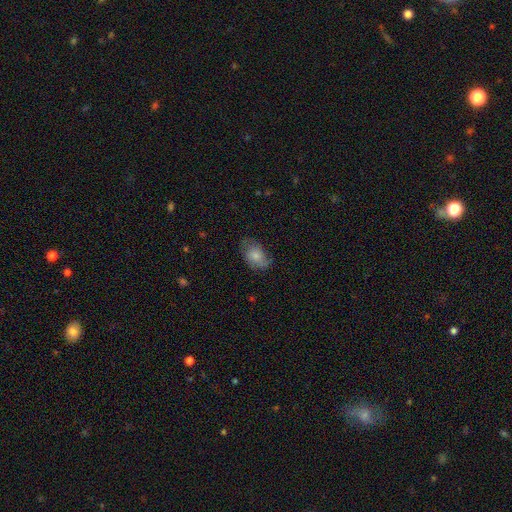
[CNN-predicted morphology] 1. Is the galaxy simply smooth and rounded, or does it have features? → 66% smooth, 26% featured or disk, 8% star or artifact.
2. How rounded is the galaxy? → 82% in between, 16% round, 1% cigar-shaped.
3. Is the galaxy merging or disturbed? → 59% none, 28% minor disturbance, 12% major disturbance, 1% merger.